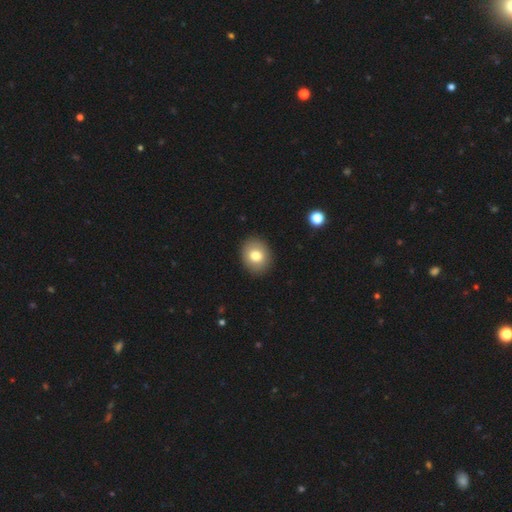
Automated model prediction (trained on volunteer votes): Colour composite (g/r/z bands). It shows a smooth galaxy with no disk features (79%) that is round (58%). Merging: none (90%).